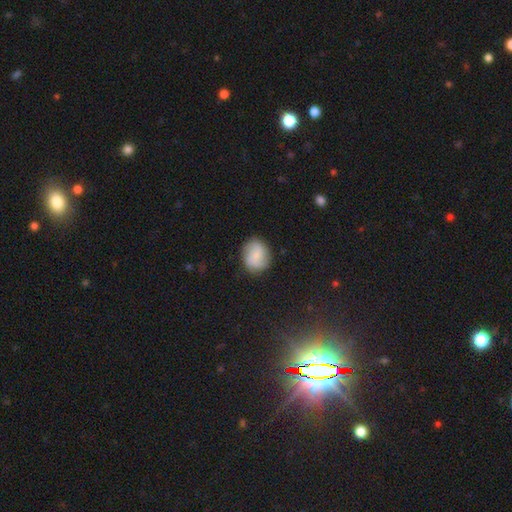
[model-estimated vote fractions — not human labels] This is likely a smooth galaxy (68%). How rounded: likely round (67%). Merging: clearly none (83%).